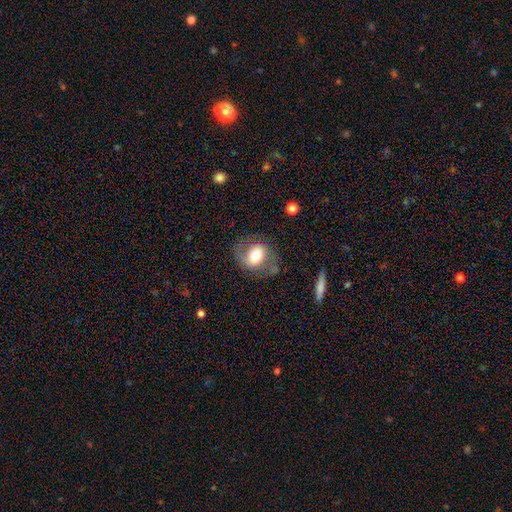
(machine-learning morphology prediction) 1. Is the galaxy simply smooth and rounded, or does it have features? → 49% smooth, 43% featured or disk, 8% star or artifact.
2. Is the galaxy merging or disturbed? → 65% none, 21% minor disturbance, 13% major disturbance, 2% merger.